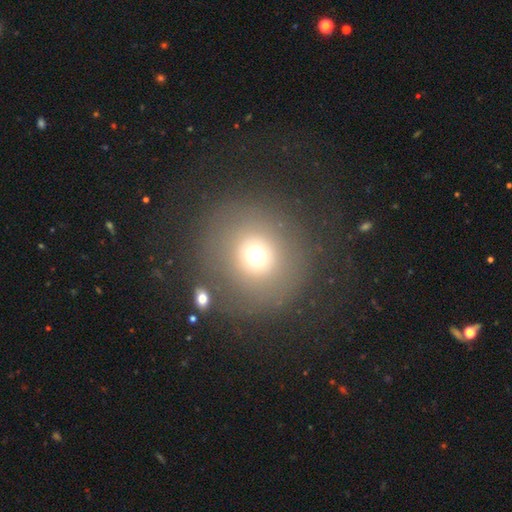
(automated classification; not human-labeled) Q: Smooth or featured?
A: smooth (68%); runner-up: star or artifact (19%)
Q: How rounded?
A: round (89%); runner-up: in between (10%)
Q: Merging?
A: none (77%); runner-up: minor disturbance (9%)